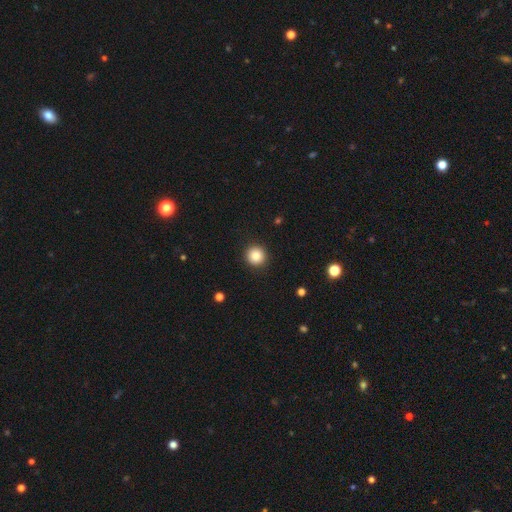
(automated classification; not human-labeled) A smooth galaxy with no disk features (86%) that is round (95%).

Vote fractions:
- Smooth or featured? smooth: 86% / star or artifact: 10% / featured or disk: 5%
- How rounded? round: 95% / in between: 4% / cigar-shaped: 1%
- Merging? none: 92% / minor disturbance: 5% / major disturbance: 2% / merger: 1%